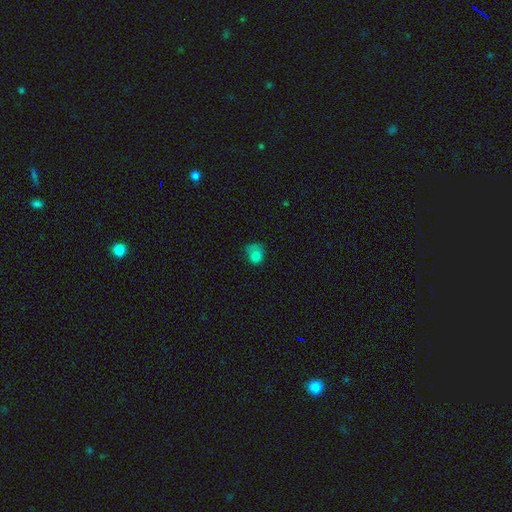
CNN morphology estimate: Smooth or featured? smooth (77%)
How rounded? round (59%)
Merging? none (33%, tied with minor disturbance)